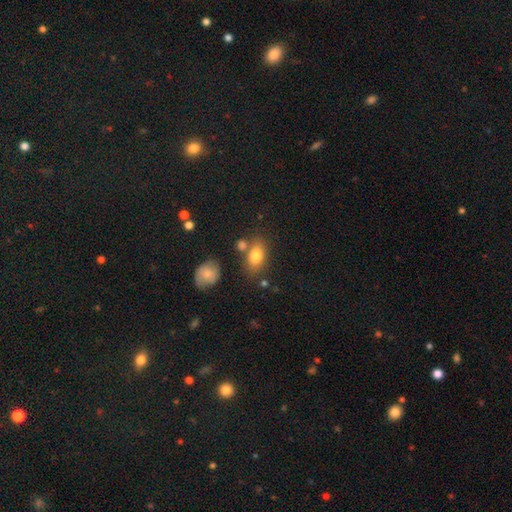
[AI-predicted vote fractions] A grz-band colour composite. It shows a smooth galaxy with no disk features (79%) that is in between round and cigar-shaped (81%). Merging: none (67%).